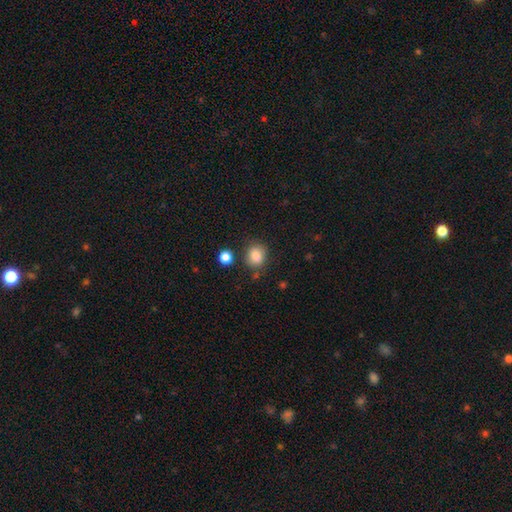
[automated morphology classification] Smooth or featured: smooth — 85% (star or artifact — 10%)
How rounded: round — 66% (in between — 34%)
Merging: none — 75% (minor disturbance — 14%)